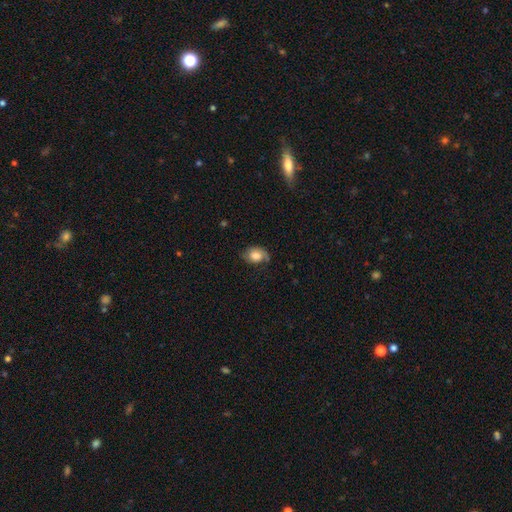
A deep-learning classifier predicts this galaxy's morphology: smooth_or_featured: smooth (p=0.63) [alt: featured or disk p=0.29]
how_rounded: in between (p=0.66) [alt: round p=0.33]
merging: none (p=0.56) [alt: minor disturbance p=0.29]